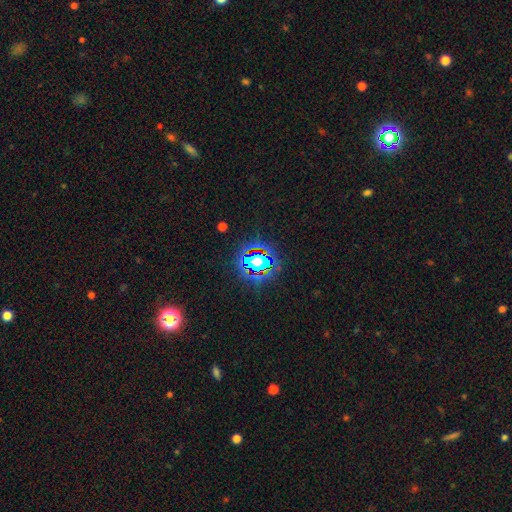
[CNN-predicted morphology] type=star or artifact (58%).